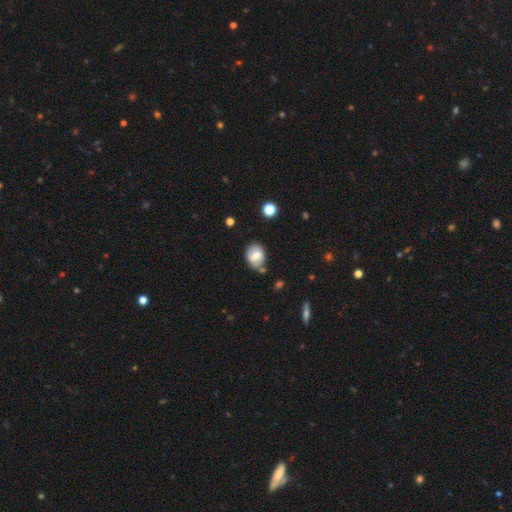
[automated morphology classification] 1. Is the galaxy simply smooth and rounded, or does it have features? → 67% smooth, 24% featured or disk, 9% star or artifact.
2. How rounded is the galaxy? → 55% in between, 44% round, 1% cigar-shaped.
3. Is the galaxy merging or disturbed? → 63% none, 23% minor disturbance, 8% merger, 6% major disturbance.